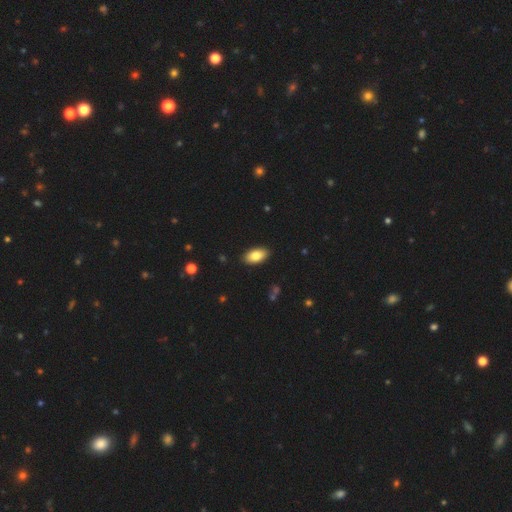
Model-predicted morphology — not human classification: smooth_or_featured: smooth (p=0.85) [alt: featured or disk p=0.08]
how_rounded: in between (p=0.93) [alt: cigar-shaped p=0.03]
merging: none (p=0.89) [alt: minor disturbance p=0.08]